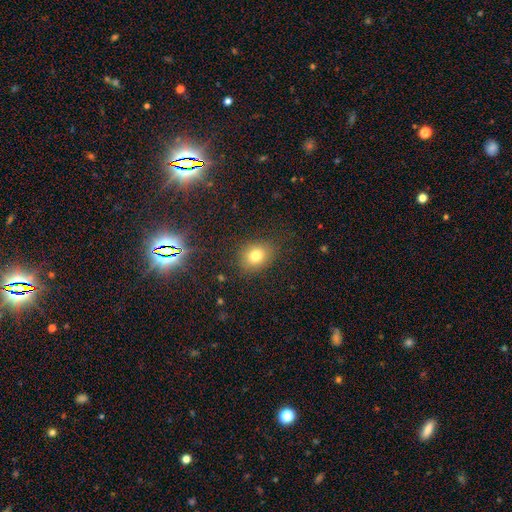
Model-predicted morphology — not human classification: This is likely a smooth galaxy (77%). How rounded: possibly round (53%). Merging: clearly none (82%).